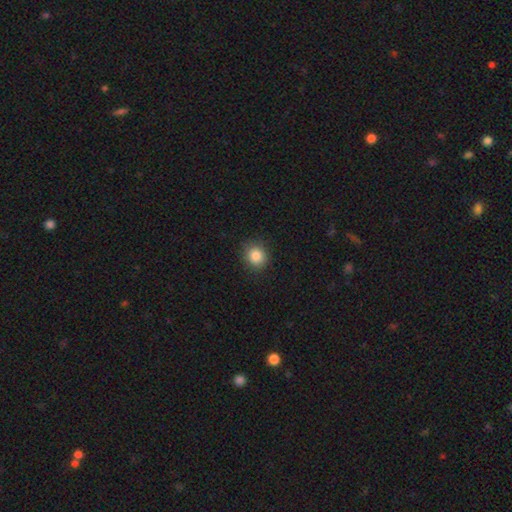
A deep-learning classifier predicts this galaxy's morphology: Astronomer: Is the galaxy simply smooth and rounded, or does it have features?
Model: smooth — 85%.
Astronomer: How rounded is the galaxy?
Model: round — 83%.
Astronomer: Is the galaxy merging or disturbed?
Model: none — 88%.